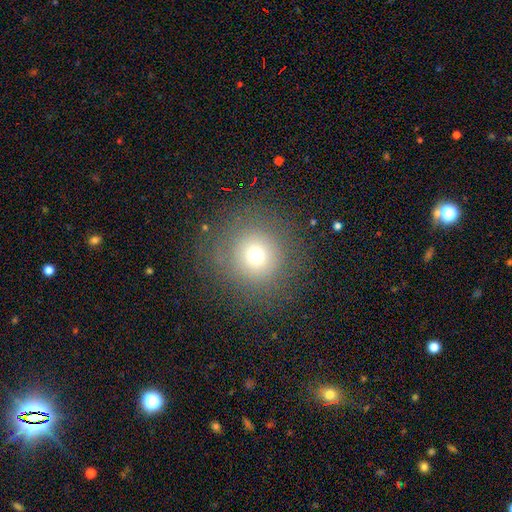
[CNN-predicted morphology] Smooth or featured: smooth — 66% (star or artifact — 20%)
How rounded: round — 93% (in between — 6%)
Merging: none — 82% (minor disturbance — 10%)